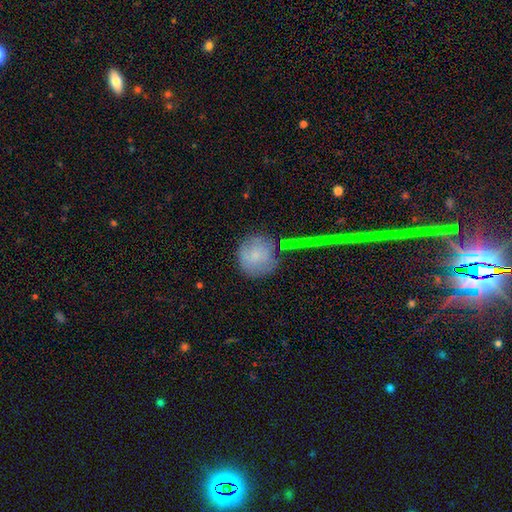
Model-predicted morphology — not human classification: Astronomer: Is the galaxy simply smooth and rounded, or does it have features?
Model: smooth — 74%.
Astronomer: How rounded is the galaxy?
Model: round — 92%.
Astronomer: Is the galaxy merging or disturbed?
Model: none — 61%.